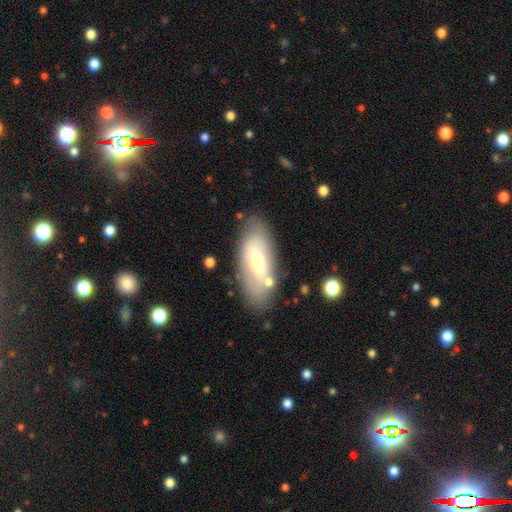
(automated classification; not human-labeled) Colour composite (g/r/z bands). It shows a smooth galaxy with no disk features (47%). Merging: none (75%).